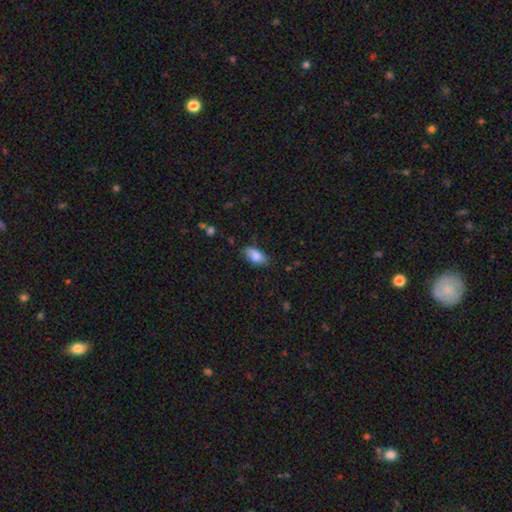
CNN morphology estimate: smooth_or_featured: smooth (p=0.82) [alt: featured or disk p=0.11]
how_rounded: in between (p=0.88) [alt: cigar-shaped p=0.08]
merging: none (p=0.72) [alt: minor disturbance p=0.22]